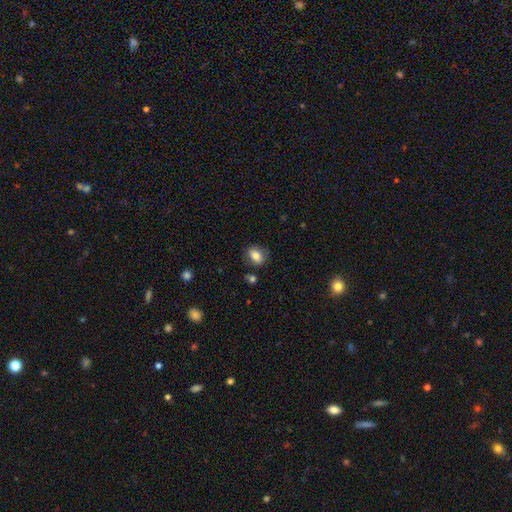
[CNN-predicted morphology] Smooth or featured? Predicted: smooth (p=0.80). How rounded? Predicted: in between (p=0.66). Merging? Predicted: none (p=0.76).